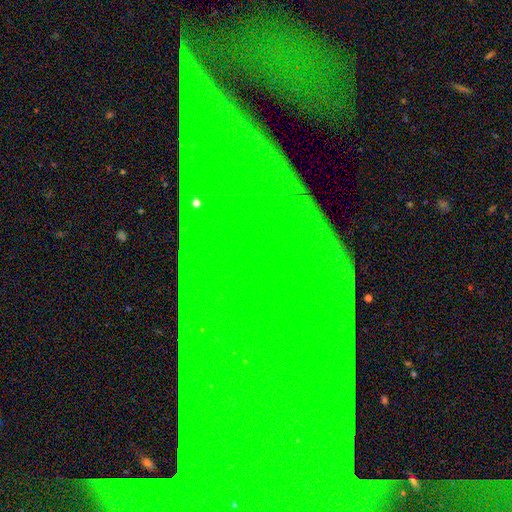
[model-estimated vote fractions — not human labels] smooth-or-featured: star or artifact: 86% | featured or disk: 8% | smooth: 7%